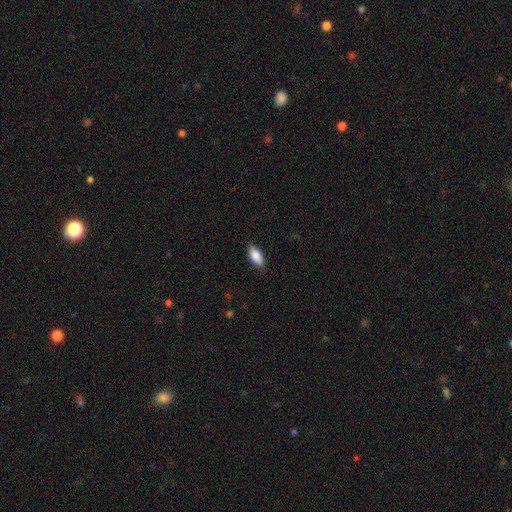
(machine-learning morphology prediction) This is clearly a smooth galaxy (84%). How rounded: clearly in between (83%). Merging: clearly none (84%).